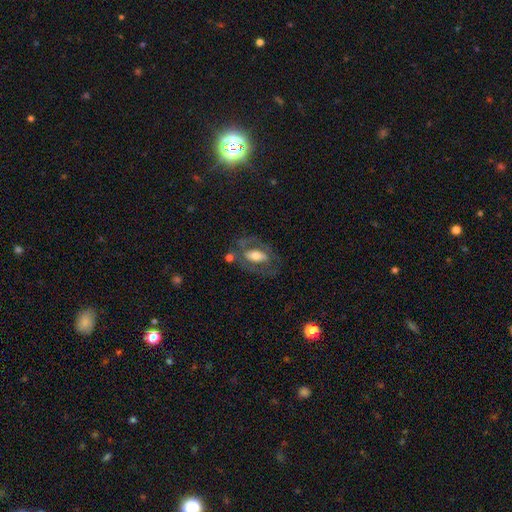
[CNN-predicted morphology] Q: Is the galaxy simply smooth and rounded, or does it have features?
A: featured or disk — 54%.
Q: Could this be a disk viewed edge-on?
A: no — 87%.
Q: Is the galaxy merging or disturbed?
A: none — 57%.